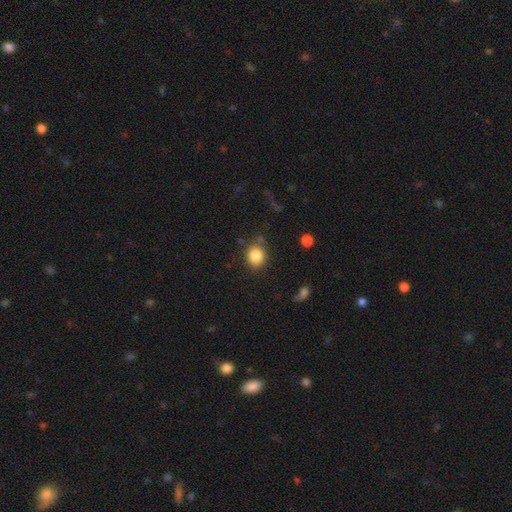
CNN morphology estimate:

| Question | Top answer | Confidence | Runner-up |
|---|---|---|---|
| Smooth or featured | smooth | 85% | star or artifact (10%) |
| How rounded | round | 76% | in between (24%) |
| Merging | none | 81% | minor disturbance (11%) |